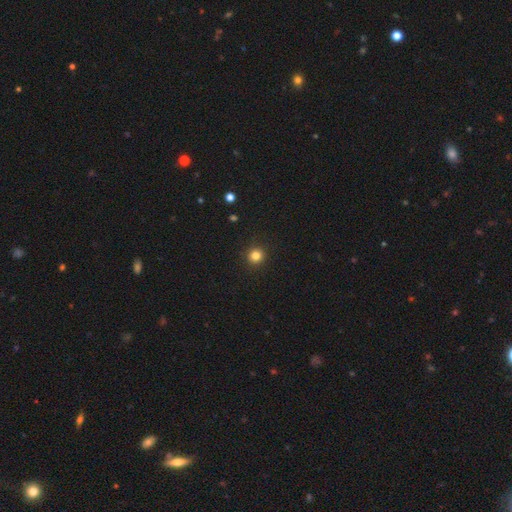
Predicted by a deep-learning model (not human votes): Smooth or featured: smooth — 82% (star or artifact — 14%)
How rounded: round — 94% (in between — 5%)
Merging: none — 92% (minor disturbance — 5%)